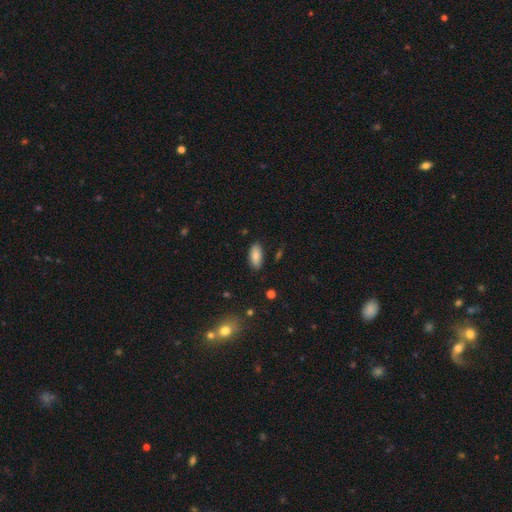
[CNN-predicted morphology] Smooth or featured? smooth (85%)
How rounded? in between (89%)
Merging? none (85%)